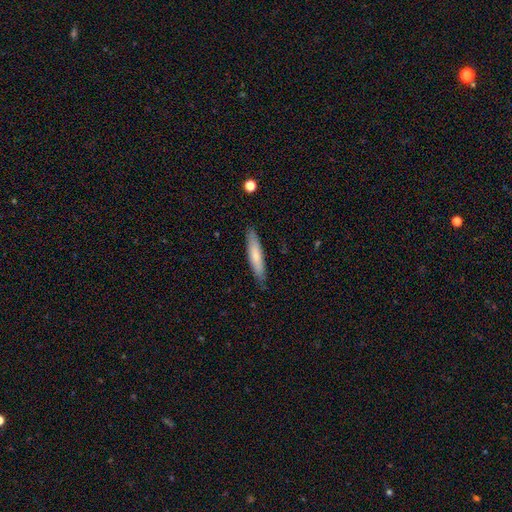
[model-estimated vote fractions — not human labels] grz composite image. It shows a smooth galaxy with no disk features (71%) that is cigar-shaped (86%). Merging: none (86%).